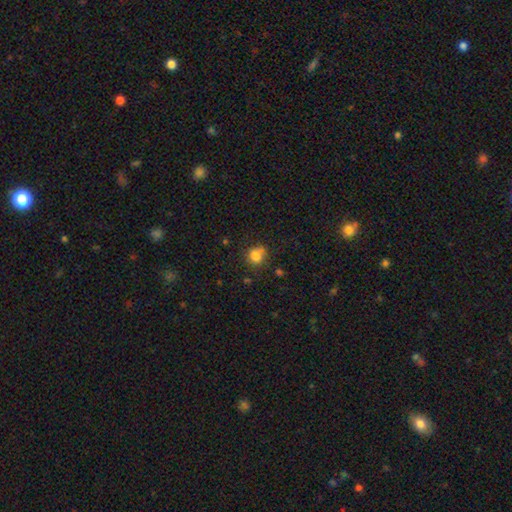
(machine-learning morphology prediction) A smooth galaxy with no disk features (81%) that is round (79%).

Vote fractions:
- Smooth or featured? smooth: 81% / star or artifact: 11% / featured or disk: 7%
- How rounded? round: 79% / in between: 20% / cigar-shaped: 1%
- Merging? none: 62% / minor disturbance: 22% / merger: 9% / major disturbance: 7%